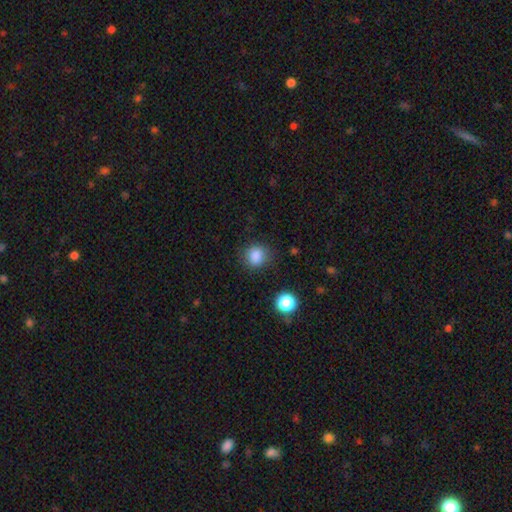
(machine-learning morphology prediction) smooth_or_featured: smooth (p=0.85) [alt: star or artifact p=0.11]
how_rounded: round (p=0.78) [alt: in between p=0.21]
merging: none (p=0.81) [alt: minor disturbance p=0.13]